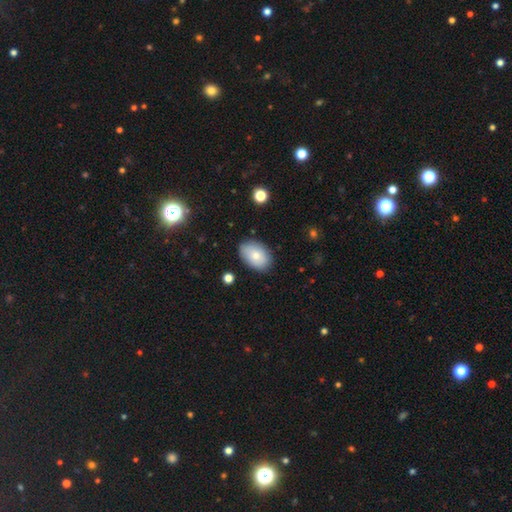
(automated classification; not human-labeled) Q: Smooth or featured?
A: smooth (77%); runner-up: featured or disk (16%)
Q: How rounded?
A: in between (87%); runner-up: round (12%)
Q: Merging?
A: none (84%); runner-up: minor disturbance (12%)